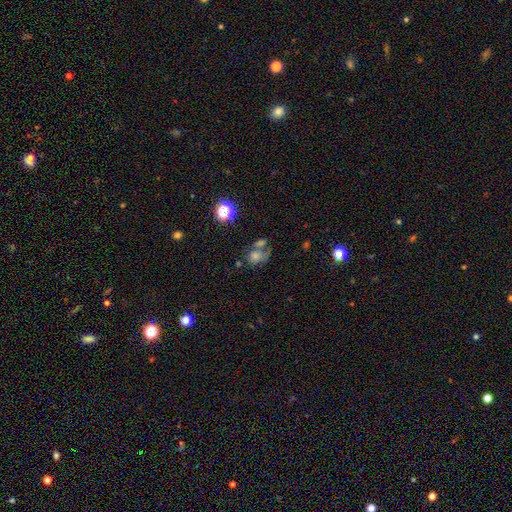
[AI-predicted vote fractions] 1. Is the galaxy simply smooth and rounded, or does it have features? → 52% smooth, 25% star or artifact, 23% featured or disk.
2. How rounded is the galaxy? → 55% round, 44% in between, 2% cigar-shaped.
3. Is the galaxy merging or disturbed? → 36% merger, 34% none, 15% major disturbance, 15% minor disturbance.